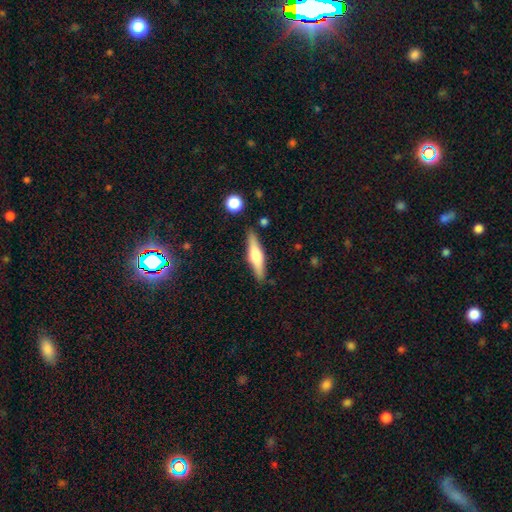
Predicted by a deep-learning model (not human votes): This appears to be a featured or disk galaxy (52%) viewed edge-on (94%). Merging: none (86%).